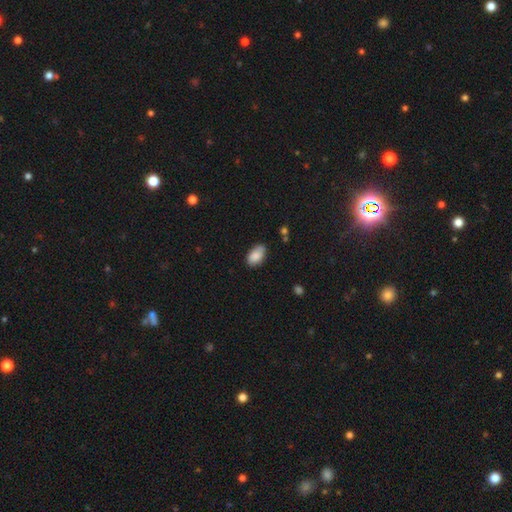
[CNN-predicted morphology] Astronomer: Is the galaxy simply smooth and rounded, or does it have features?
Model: smooth — 87%.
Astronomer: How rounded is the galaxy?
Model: in between — 93%.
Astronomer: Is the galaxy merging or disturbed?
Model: none — 74%.